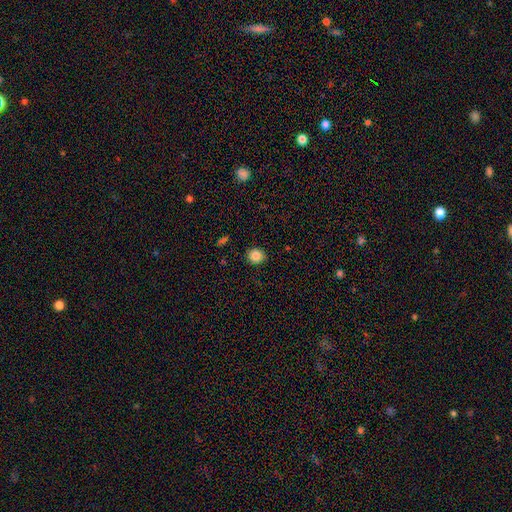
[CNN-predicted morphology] type=smooth (85%); roundness=round (86%); merging=none (91%).